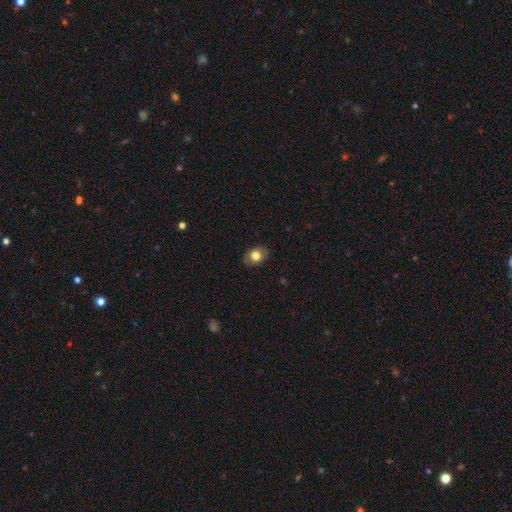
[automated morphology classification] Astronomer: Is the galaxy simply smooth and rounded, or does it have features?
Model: smooth — 79%.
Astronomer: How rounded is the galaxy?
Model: in between — 70%.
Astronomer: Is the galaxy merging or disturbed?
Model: none — 86%.